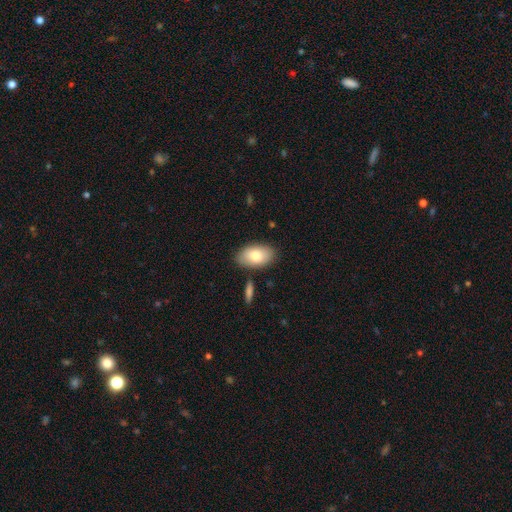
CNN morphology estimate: Overall: smooth (79%). How rounded: in between (93%). Merging: none (82%).